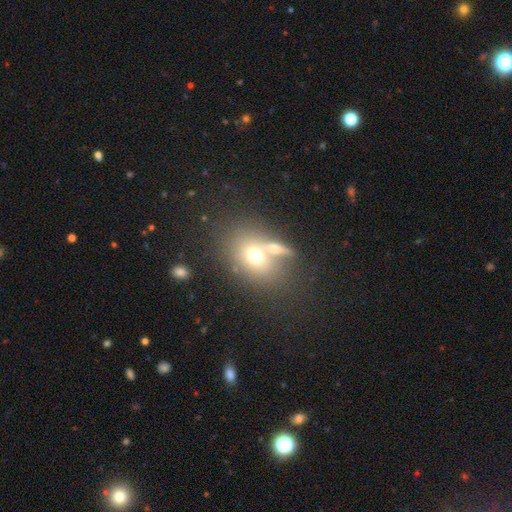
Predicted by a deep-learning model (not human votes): smooth 64%, featured or disk 24%, star or artifact 12%. Down the decision tree: how rounded — in between (57%); merging — none (43%).